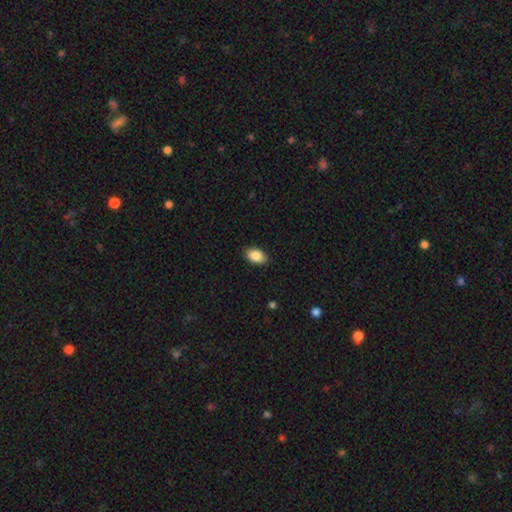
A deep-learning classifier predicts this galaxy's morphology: A smooth galaxy with no disk features (87%) that is in between round and cigar-shaped (90%).

Vote fractions:
- Smooth or featured? smooth: 87% / star or artifact: 7% / featured or disk: 6%
- How rounded? in between: 90% / round: 8% / cigar-shaped: 1%
- Merging? none: 88% / minor disturbance: 9% / major disturbance: 2% / merger: 1%